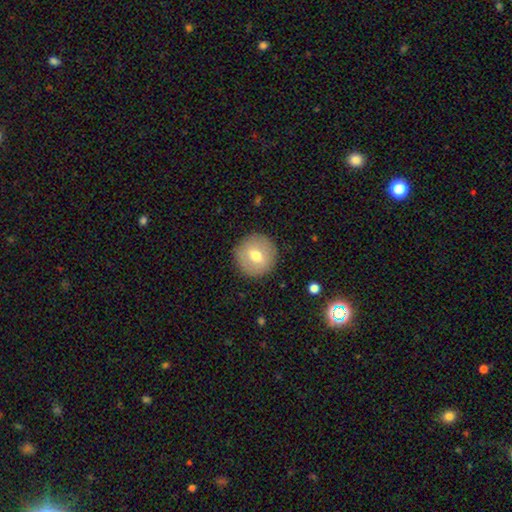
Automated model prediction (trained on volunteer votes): This is likely a smooth galaxy (65%). How rounded: clearly round (95%). Merging: clearly none (90%).